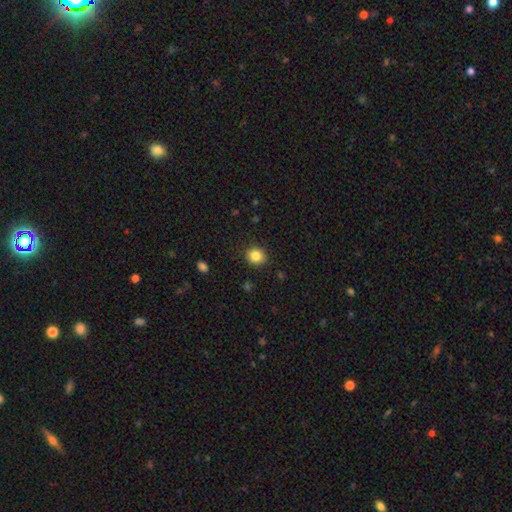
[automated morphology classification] A smooth galaxy with no disk features (85%) that is round (81%).

Vote fractions:
- Smooth or featured? smooth: 85% / star or artifact: 11% / featured or disk: 5%
- How rounded? round: 81% / in between: 18% / cigar-shaped: 1%
- Merging? none: 90% / minor disturbance: 7% / major disturbance: 2% / merger: 1%